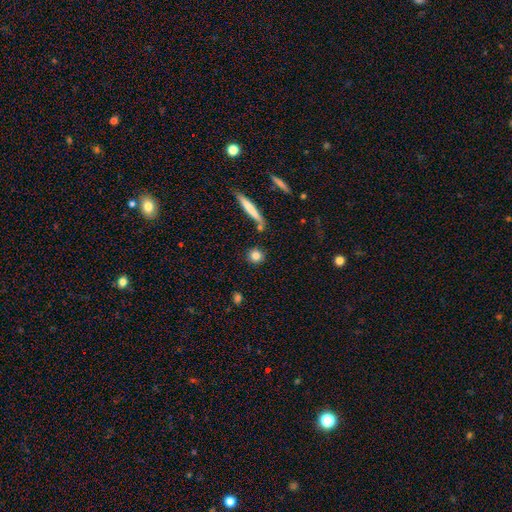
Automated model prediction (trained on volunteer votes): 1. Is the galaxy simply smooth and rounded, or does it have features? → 81% smooth, 10% featured or disk, 10% star or artifact.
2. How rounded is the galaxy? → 84% round, 11% in between, 5% cigar-shaped.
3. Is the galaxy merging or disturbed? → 83% none, 8% minor disturbance, 6% merger, 3% major disturbance.